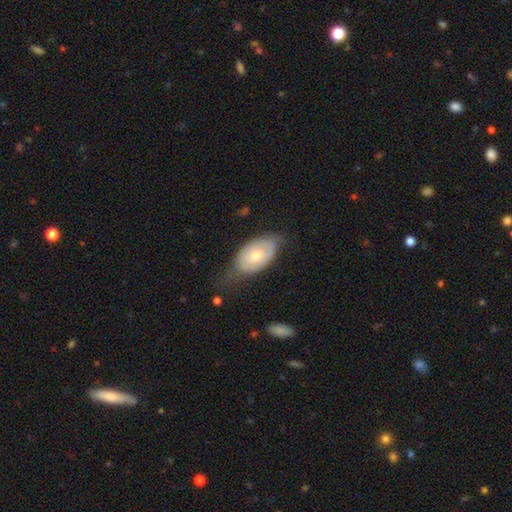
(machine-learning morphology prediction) The model was most divided on "merging": none: 45%, minor disturbance: 37%, major disturbance: 16%, merger: 2%. More confident: how rounded — in between (92%); smooth or featured — smooth (53%).